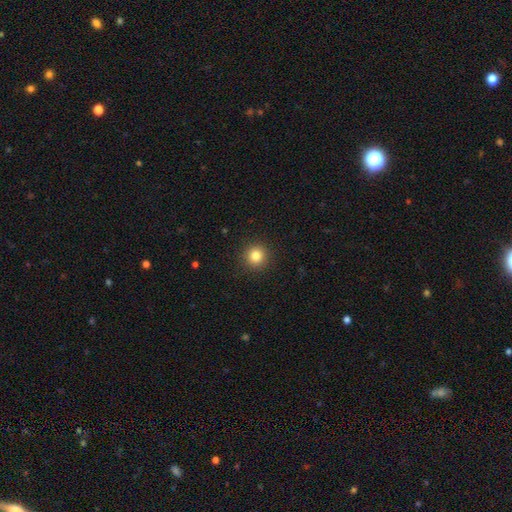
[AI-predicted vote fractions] smooth-or-featured: smooth: 82% | star or artifact: 12% | featured or disk: 6%
  how-rounded: round: 95% | in between: 4% | cigar-shaped: 1%
  merging: none: 92% | minor disturbance: 5% | major disturbance: 2% | merger: 1%